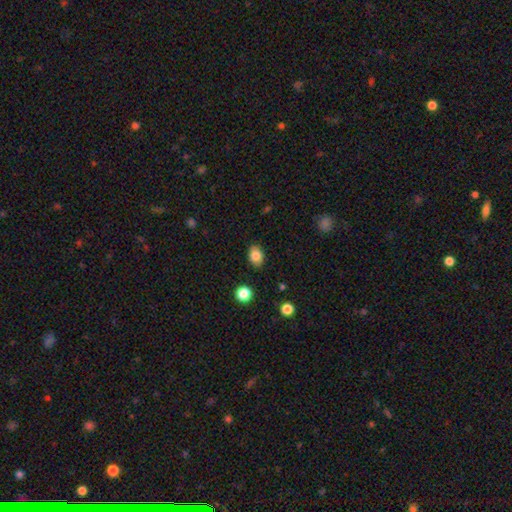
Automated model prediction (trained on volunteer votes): A smooth galaxy with no disk features (83%) that is in between round and cigar-shaped (71%).

Vote fractions:
- Smooth or featured? smooth: 83% / star or artifact: 9% / featured or disk: 7%
- How rounded? in between: 71% / round: 28% / cigar-shaped: 1%
- Merging? none: 87% / minor disturbance: 10% / major disturbance: 2% / merger: 1%